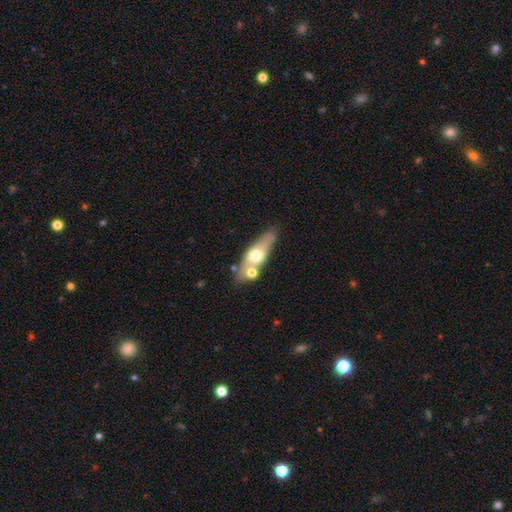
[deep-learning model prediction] A featured or disk galaxy (47%).

Vote fractions:
- Smooth or featured? featured or disk: 47% / smooth: 46% / star or artifact: 6%
- Merging? none: 60% / merger: 20% / minor disturbance: 15% / major disturbance: 5%